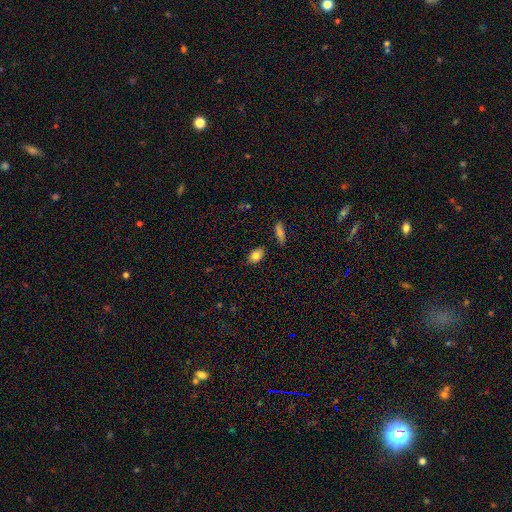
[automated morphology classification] smooth 82%, featured or disk 10%, star or artifact 8%. Down the decision tree: how rounded — in between (83%); merging — none (85%).